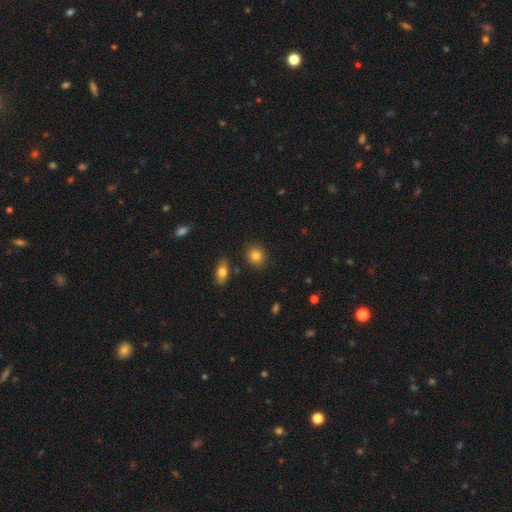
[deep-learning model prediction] Smooth or featured: smooth — 82% (star or artifact — 9%)
How rounded: round — 67% (in between — 31%)
Merging: none — 86% (minor disturbance — 8%)